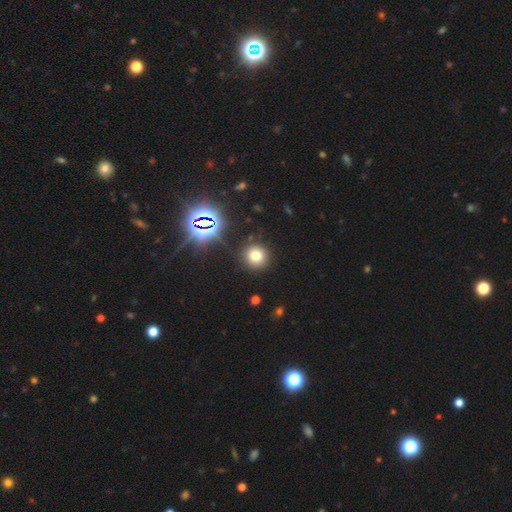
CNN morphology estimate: The model was most divided on "smooth or featured": smooth: 71%, star or artifact: 21%, featured or disk: 8%. More confident: how rounded — round (91%); merging — none (88%).